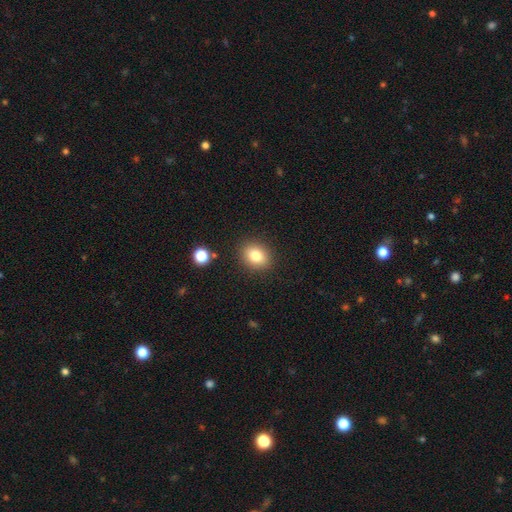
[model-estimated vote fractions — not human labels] Morphology: type=smooth (80%); roundness=round (55%); merging=none (88%).